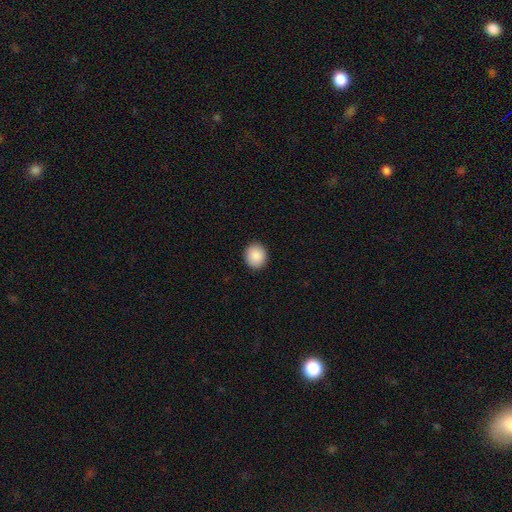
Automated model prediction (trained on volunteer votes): A smooth galaxy with no disk features (90%) that is round (81%). Merging: none (92%).